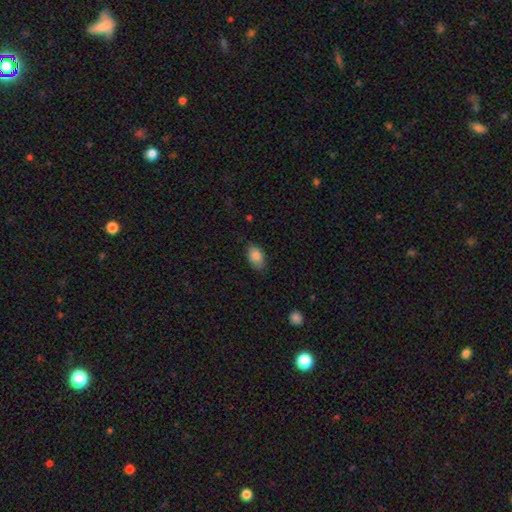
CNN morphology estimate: Q: Smooth or featured?
A: smooth (86%); runner-up: star or artifact (7%)
Q: How rounded?
A: in between (90%); runner-up: round (8%)
Q: Merging?
A: none (77%); runner-up: minor disturbance (18%)